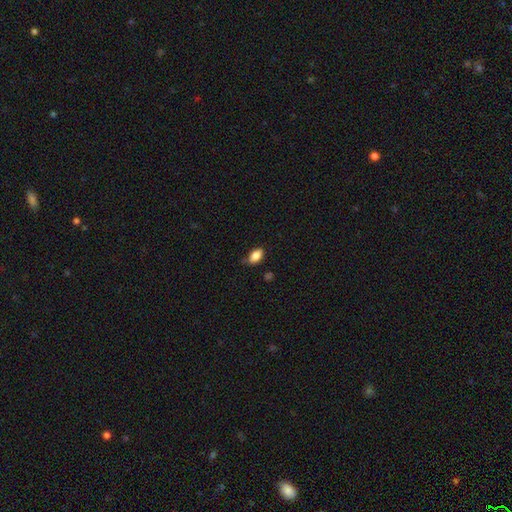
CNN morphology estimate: The model was most divided on "merging": none: 72%, minor disturbance: 22%, major disturbance: 4%, merger: 2%. More confident: how rounded — in between (90%); smooth or featured — smooth (85%).